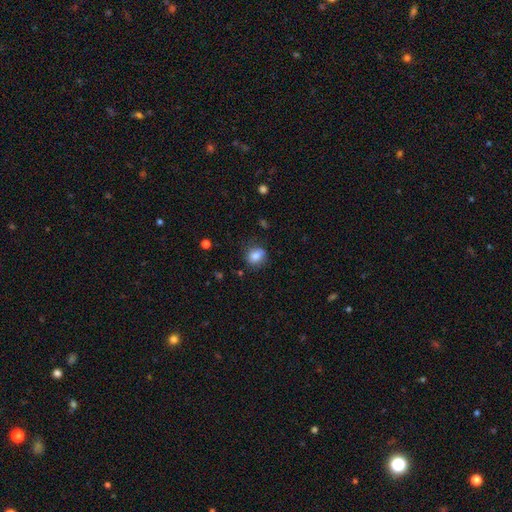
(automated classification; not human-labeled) Morphology: type=smooth (79%); roundness=round (62%); merging=none (72%).